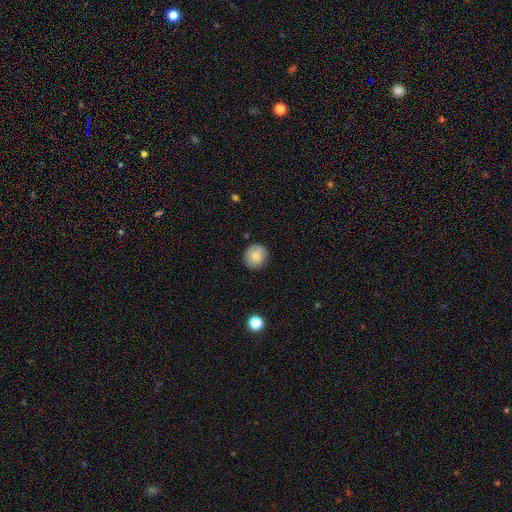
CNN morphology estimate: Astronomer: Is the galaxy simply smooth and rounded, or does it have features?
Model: smooth — 81%.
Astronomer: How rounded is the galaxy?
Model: round — 90%.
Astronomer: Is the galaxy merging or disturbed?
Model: none — 88%.